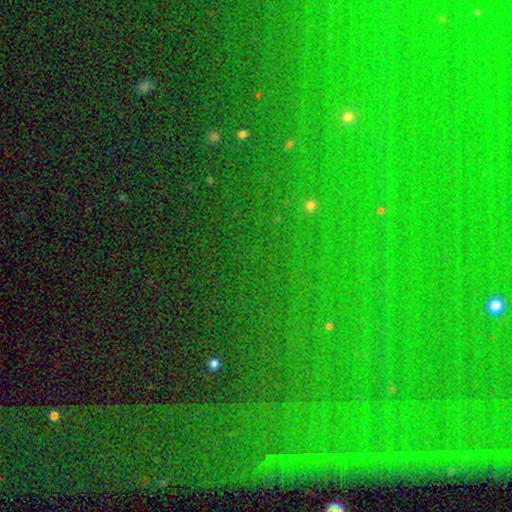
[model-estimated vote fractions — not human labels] A star or artifact, not a galaxy (83%).

Vote fractions:
- Smooth or featured? star or artifact: 83% / smooth: 10% / featured or disk: 7%